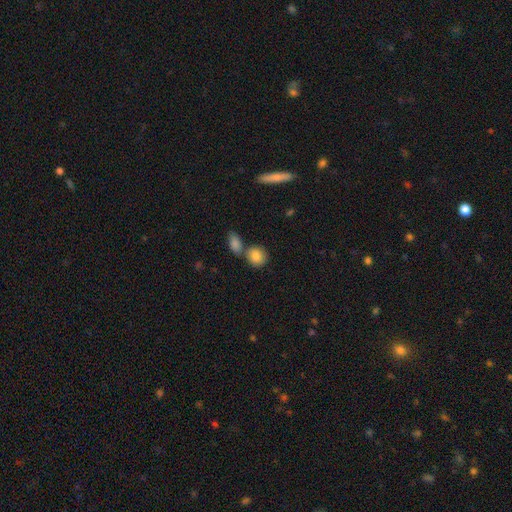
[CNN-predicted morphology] The model was most divided on "merging": none: 54%, merger: 32%, minor disturbance: 10%, major disturbance: 3%. More confident: smooth or featured — smooth (86%); how rounded — round (68%).